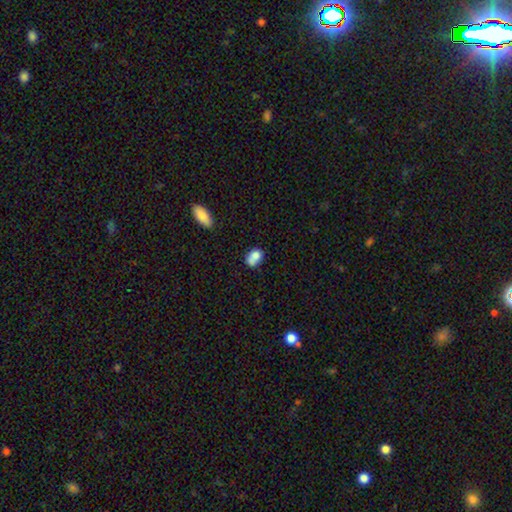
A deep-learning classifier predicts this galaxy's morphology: This is likely a smooth galaxy (76%). How rounded: likely in between (68%). Merging: marginally merger (35%).